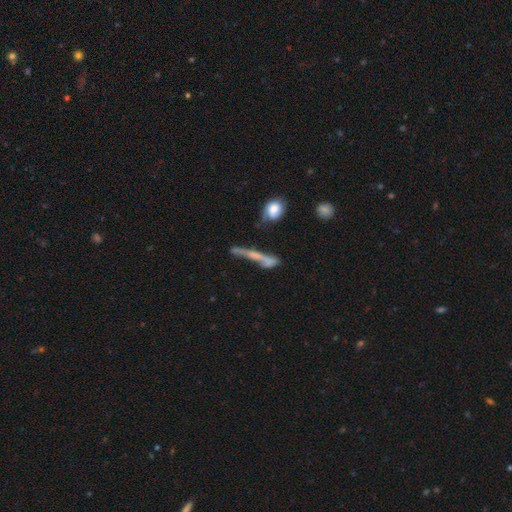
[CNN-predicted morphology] Smooth or featured?
  - featured or disk: 50% *
  - smooth: 37%
  - star or artifact: 13%
Edge-on disk?
  - yes: 64% *
  - no: 36%
Merging?
  - none: 40% *
  - merger: 22%
  - minor disturbance: 19%
  - major disturbance: 19%